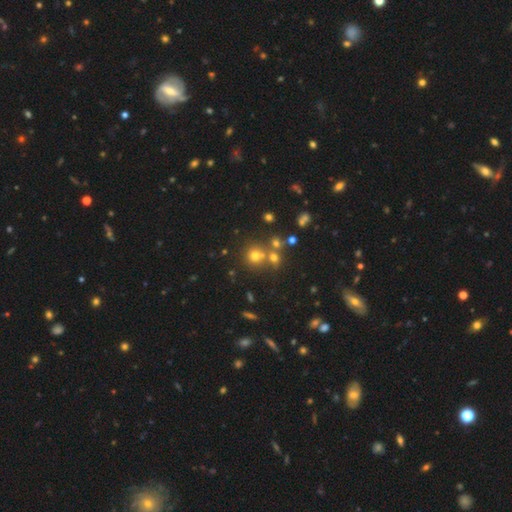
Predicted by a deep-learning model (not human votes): Morphology: type=smooth (63%); roundness=round (88%); merging=none (61%).